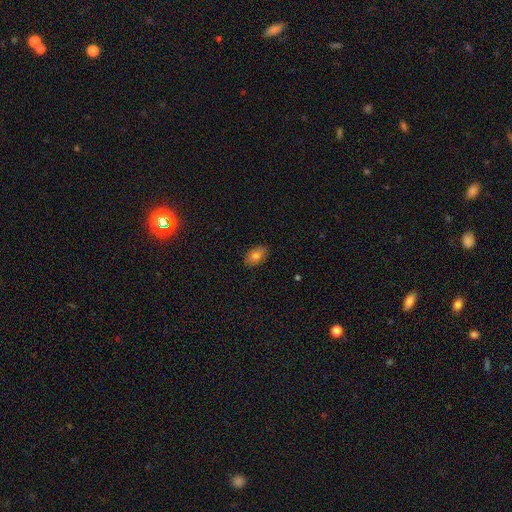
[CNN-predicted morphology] This appears to be a smooth galaxy with no disk features (79%) that is in between round and cigar-shaped (91%). Merging: none (87%).